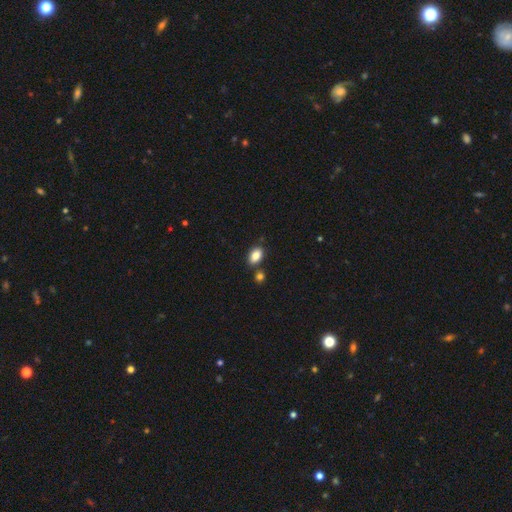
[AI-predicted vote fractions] This appears to be a smooth galaxy with no disk features (86%) that is in between round and cigar-shaped (88%). Merging: none (76%).